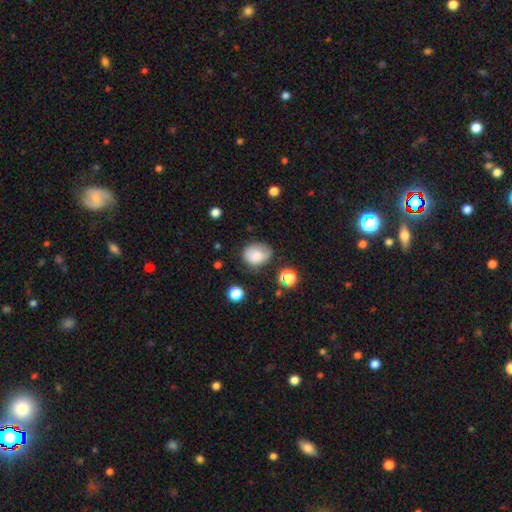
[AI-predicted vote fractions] Smooth or featured?
  - smooth: 77% *
  - featured or disk: 13%
  - star or artifact: 10%
How rounded?
  - round: 51% *
  - in between: 48%
  - cigar-shaped: 1%
Merging?
  - none: 59% *
  - minor disturbance: 28%
  - major disturbance: 10%
  - merger: 3%